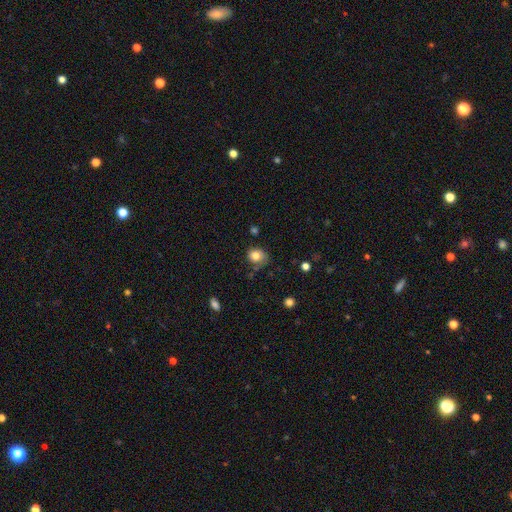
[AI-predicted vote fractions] Q: Smooth or featured?
A: smooth (80%); runner-up: star or artifact (10%)
Q: How rounded?
A: round (64%); runner-up: in between (35%)
Q: Merging?
A: none (63%); runner-up: minor disturbance (25%)